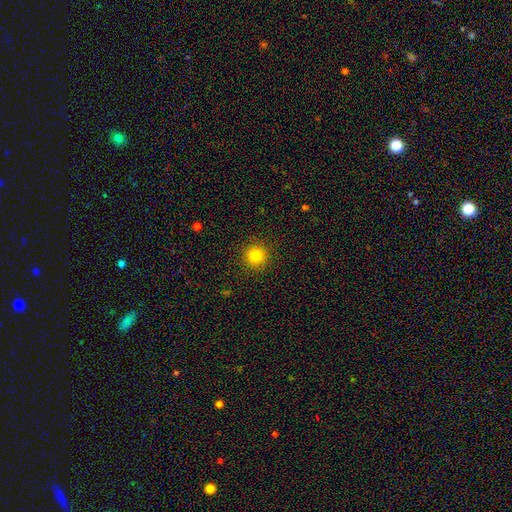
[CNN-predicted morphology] The model was most divided on "smooth or featured": smooth: 82%, star or artifact: 13%, featured or disk: 5%. More confident: how rounded — round (95%); merging — none (92%).